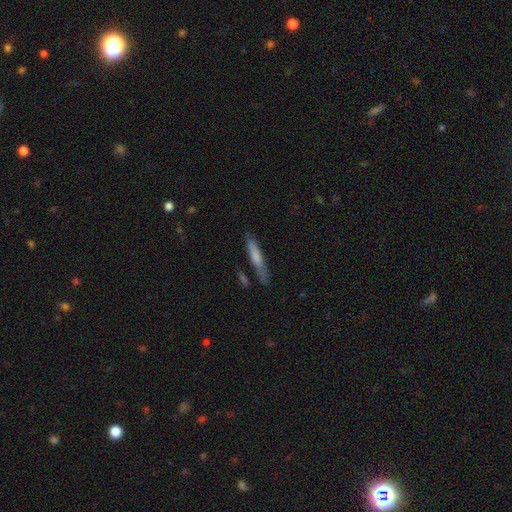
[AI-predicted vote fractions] Smooth or featured? smooth (67%)
How rounded? cigar-shaped (89%)
Merging? none (73%)